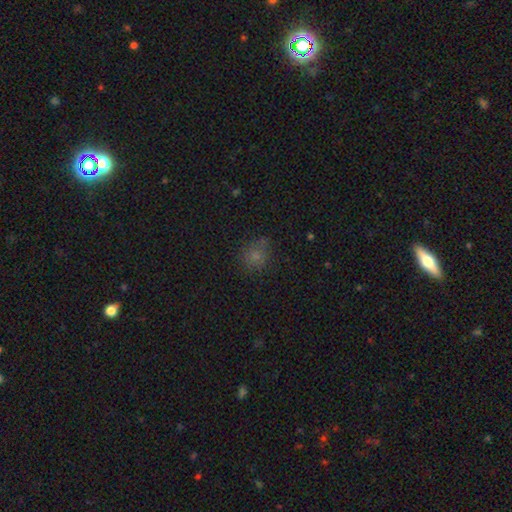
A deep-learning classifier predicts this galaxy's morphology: This appears to be a smooth galaxy with no disk features (73%) that is round (76%). Merging: none (69%).